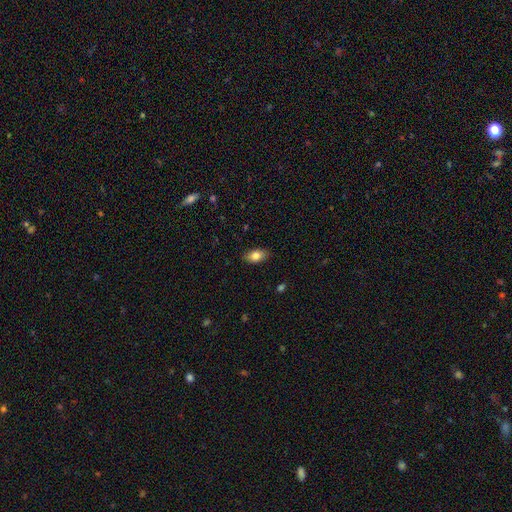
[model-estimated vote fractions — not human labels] A smooth galaxy with no disk features (82%) that is in between round and cigar-shaped (90%).

Vote fractions:
- Smooth or featured? smooth: 82% / featured or disk: 10% / star or artifact: 8%
- How rounded? in between: 90% / round: 5% / cigar-shaped: 4%
- Merging? none: 87% / minor disturbance: 10% / major disturbance: 2% / merger: 1%